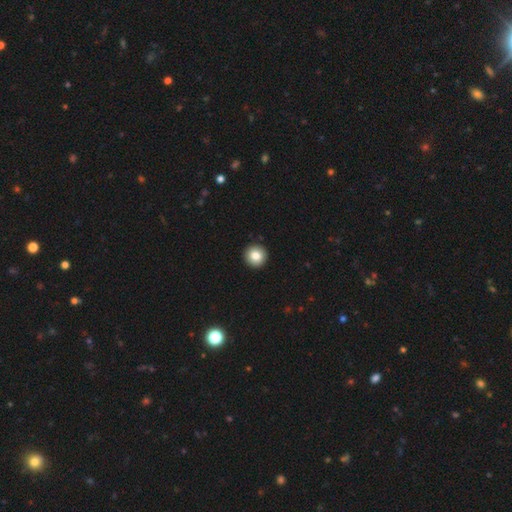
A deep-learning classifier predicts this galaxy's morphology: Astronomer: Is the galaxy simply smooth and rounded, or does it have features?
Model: smooth — 82%.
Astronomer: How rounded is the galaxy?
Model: round — 96%.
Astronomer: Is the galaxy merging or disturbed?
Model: none — 94%.